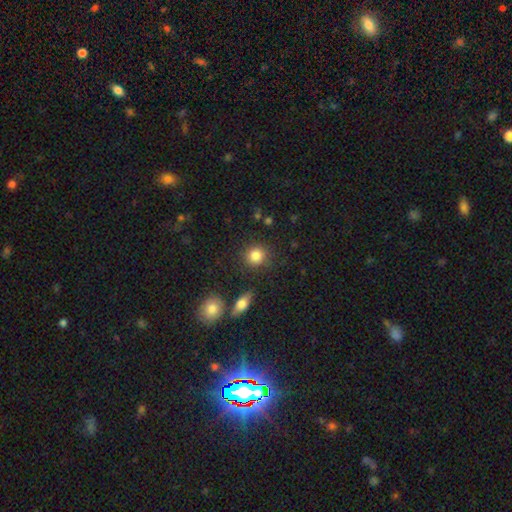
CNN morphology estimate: smooth_or_featured: smooth (p=0.84) [alt: star or artifact p=0.09]
how_rounded: round (p=0.86) [alt: in between p=0.13]
merging: none (p=0.83) [alt: minor disturbance p=0.10]